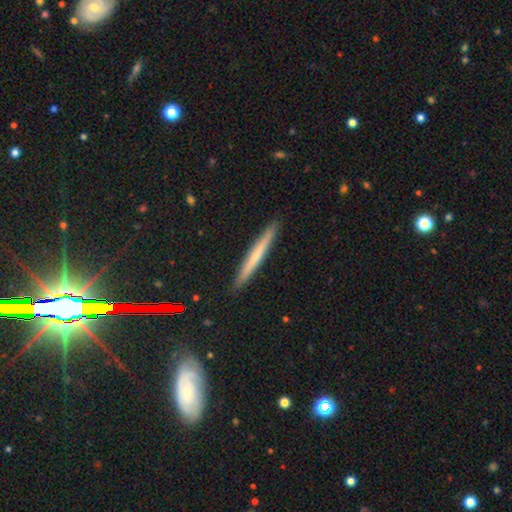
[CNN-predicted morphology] A smooth galaxy with no disk features (53%) that is cigar-shaped (97%). Merging: none (92%).